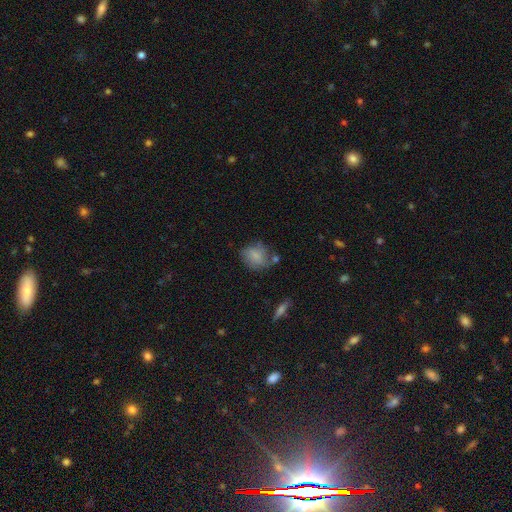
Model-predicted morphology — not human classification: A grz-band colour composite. It shows a smooth galaxy with no disk features (75%) that is round (63%). Merging: none (57%).